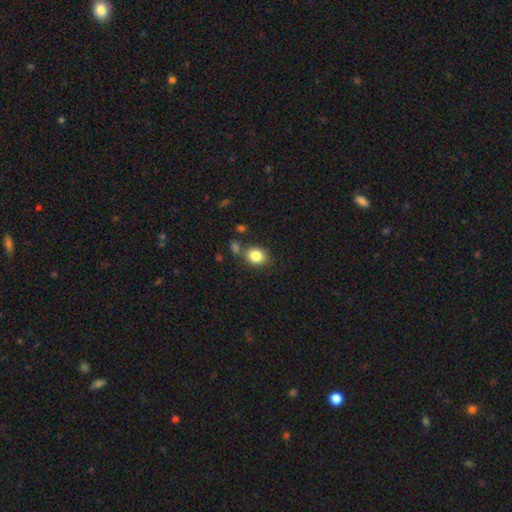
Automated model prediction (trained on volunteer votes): Overall: smooth (85%). How rounded: round (53%; in between 46%). Merging: none (71%).